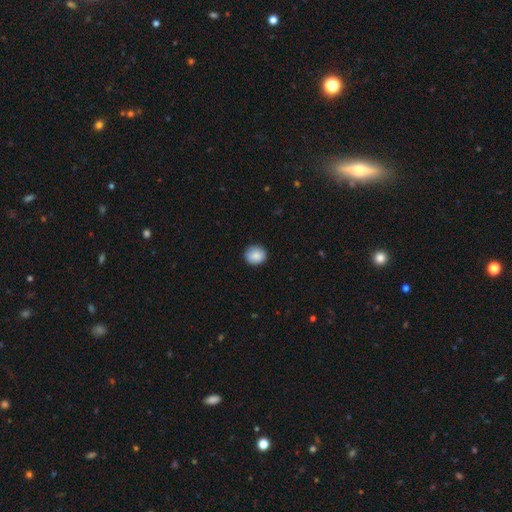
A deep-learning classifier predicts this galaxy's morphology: This appears to be a smooth galaxy with no disk features (88%) that is round (84%). Merging: none (89%).